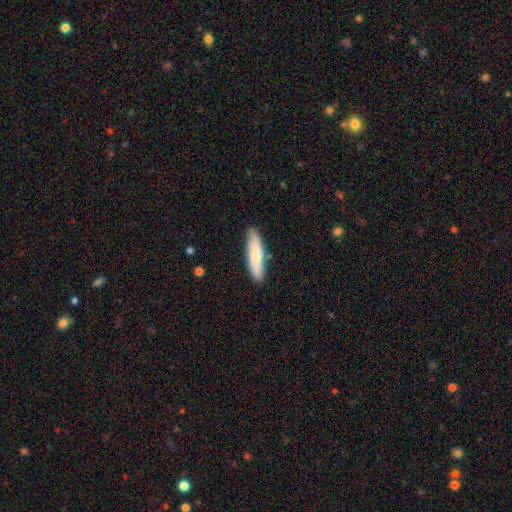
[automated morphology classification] A smooth galaxy with no disk features (75%) that is cigar-shaped (70%).

Vote fractions:
- Smooth or featured? smooth: 75% / featured or disk: 20% / star or artifact: 5%
- How rounded? cigar-shaped: 70% / in between: 28% / round: 2%
- Merging? none: 85% / minor disturbance: 11% / merger: 2% / major disturbance: 2%